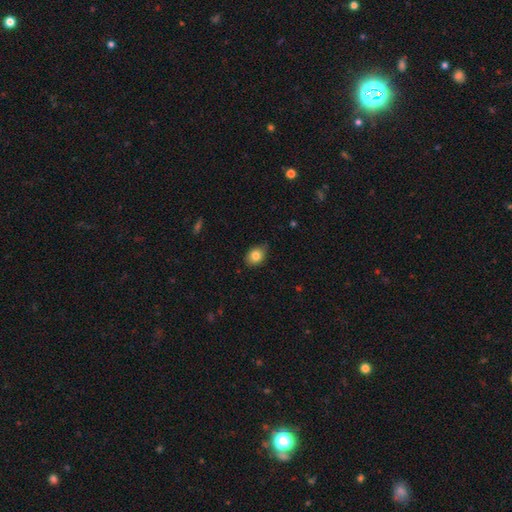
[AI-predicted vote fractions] A smooth galaxy with no disk features (81%) that is in between round and cigar-shaped (67%).

Vote fractions:
- Smooth or featured? smooth: 81% / featured or disk: 10% / star or artifact: 9%
- How rounded? in between: 67% / round: 32% / cigar-shaped: 1%
- Merging? none: 73% / minor disturbance: 23% / major disturbance: 3% / merger: 1%